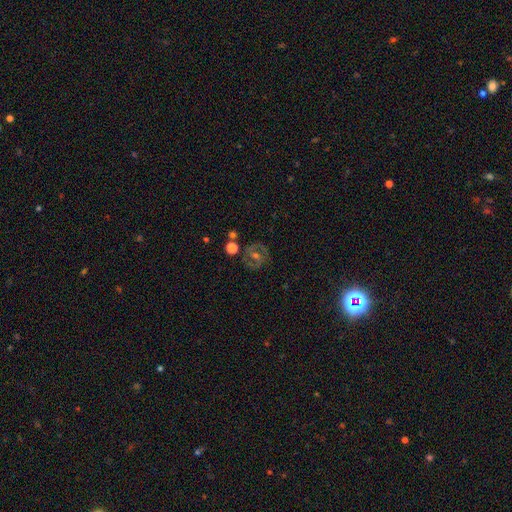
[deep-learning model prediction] Smooth or featured: featured or disk — 70% (star or artifact — 15%)
Edge-on disk: no — 97% (yes — 3%)
Bar: no — 44% (weak — 41%)
Spiral arms: yes — 84% (no — 16%)
Spiral winding: tight — 47% (medium — 43%)
Spiral arm count: 2 — 78% (can't tell — 12%)
Bulge size: moderate — 58% (small — 35%)
Merging: none — 82% (minor disturbance — 11%)